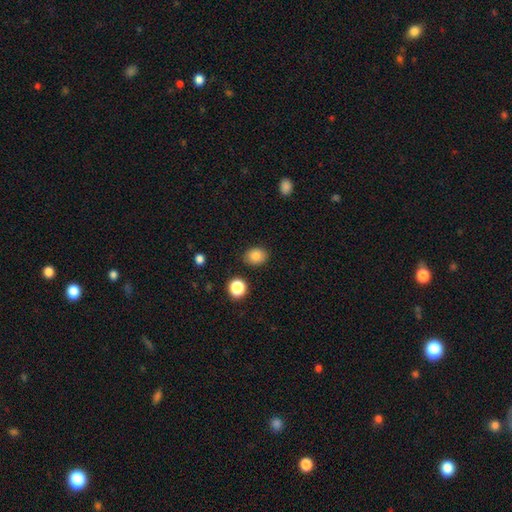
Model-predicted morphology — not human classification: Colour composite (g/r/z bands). It shows a smooth galaxy with no disk features (84%) that is in between round and cigar-shaped (58%). Merging: none (87%).